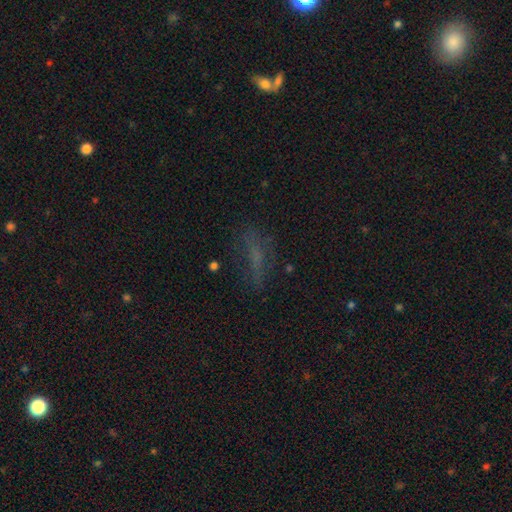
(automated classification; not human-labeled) smooth-or-featured: smooth: 45% | featured or disk: 29% | star or artifact: 26%
  merging: none: 63% | minor disturbance: 19% | major disturbance: 14% | merger: 3%